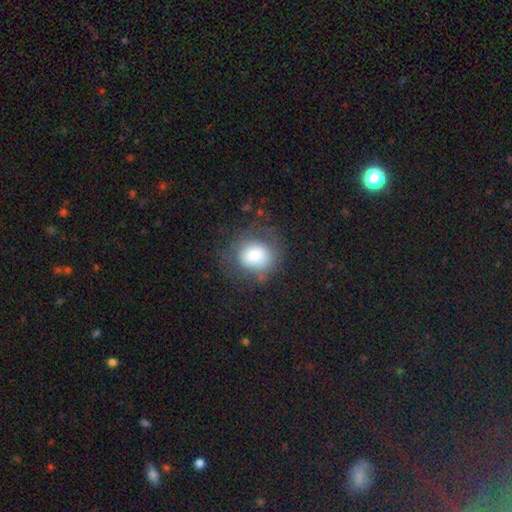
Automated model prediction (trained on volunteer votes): A smooth galaxy with no disk features (72%) that is round (75%). Merging: none (68%).